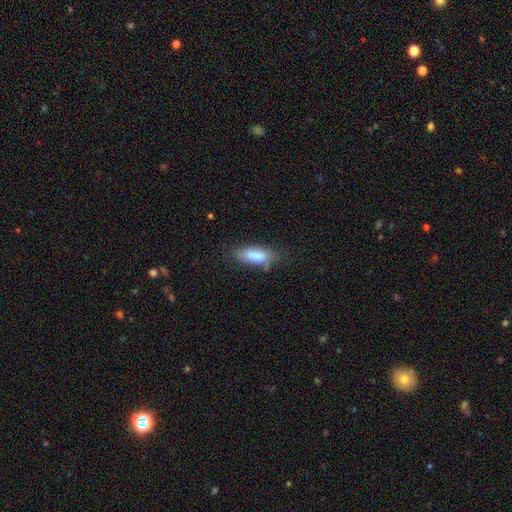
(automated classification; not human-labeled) Morphology: type=smooth (81%); roundness=in between (68%); merging=none (57%).